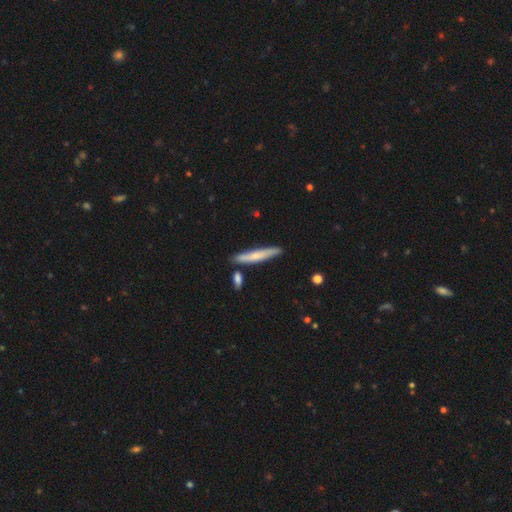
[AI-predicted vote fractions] Q: Smooth or featured?
A: smooth (60%); runner-up: featured or disk (35%)
Q: How rounded?
A: cigar-shaped (93%); runner-up: in between (6%)
Q: Merging?
A: none (81%); runner-up: minor disturbance (11%)